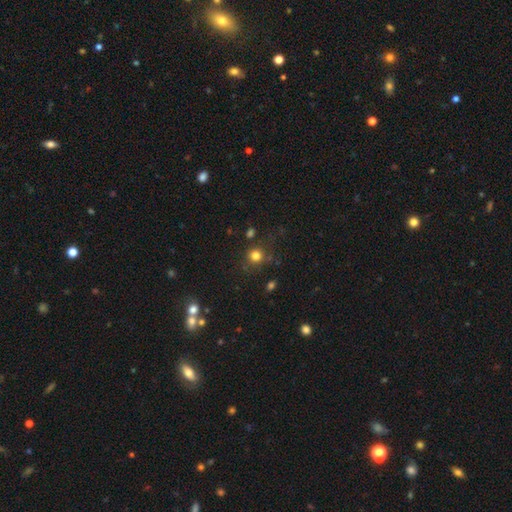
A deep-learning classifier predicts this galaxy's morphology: Smooth or featured: smooth — 79% (star or artifact — 15%)
How rounded: round — 89% (in between — 11%)
Merging: none — 78% (minor disturbance — 12%)